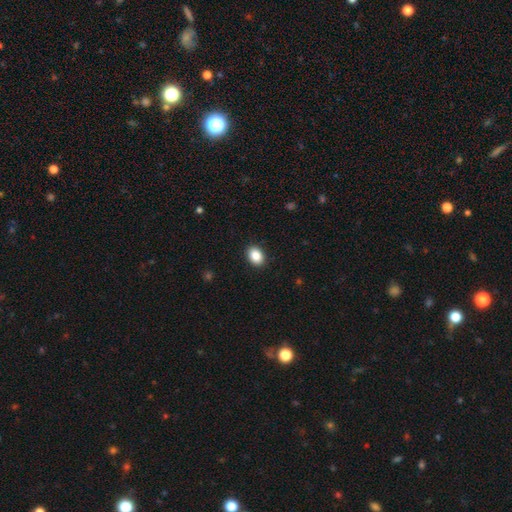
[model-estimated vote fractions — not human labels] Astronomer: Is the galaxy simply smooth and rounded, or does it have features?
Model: smooth — 88%.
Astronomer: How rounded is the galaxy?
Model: in between — 73%.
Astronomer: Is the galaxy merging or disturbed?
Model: none — 91%.